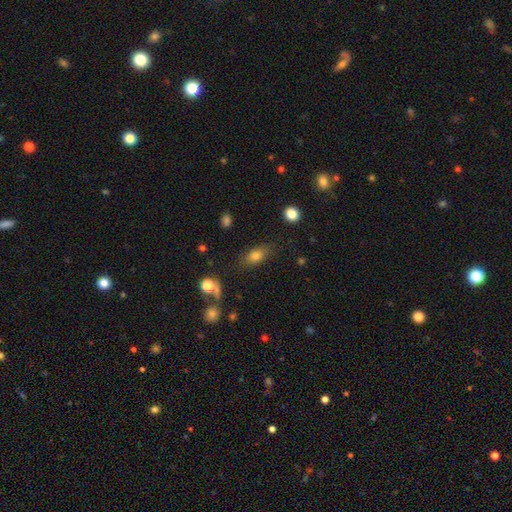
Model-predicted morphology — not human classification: This appears to be a smooth galaxy with no disk features (76%) that is in between round and cigar-shaped (79%). Merging: none (77%).